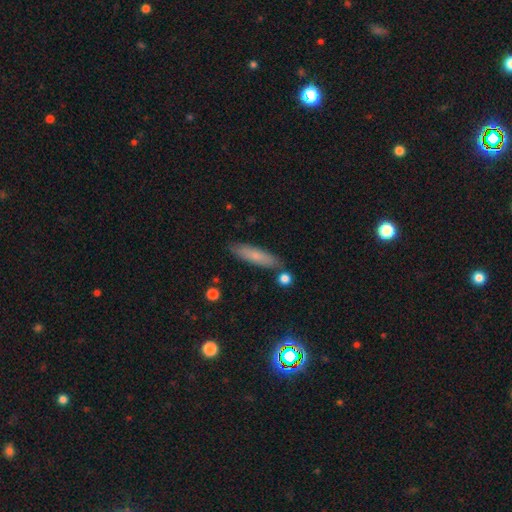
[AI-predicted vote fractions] Smooth or featured?
  - smooth: 71% *
  - featured or disk: 21%
  - star or artifact: 8%
How rounded?
  - cigar-shaped: 77% *
  - in between: 21%
  - round: 2%
Merging?
  - none: 81% *
  - minor disturbance: 12%
  - merger: 5%
  - major disturbance: 2%